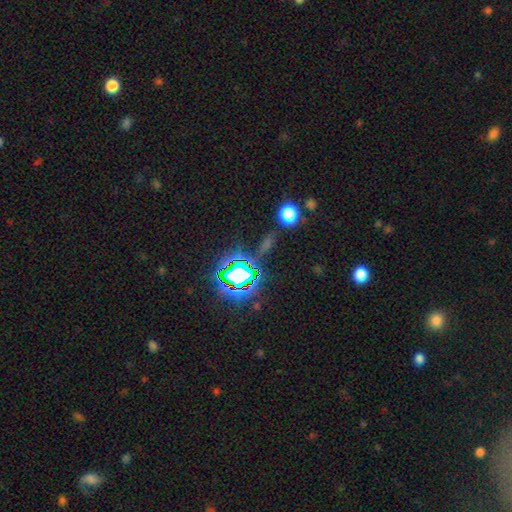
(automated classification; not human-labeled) smooth_or_featured: star or artifact (p=0.82) [alt: smooth p=0.11]